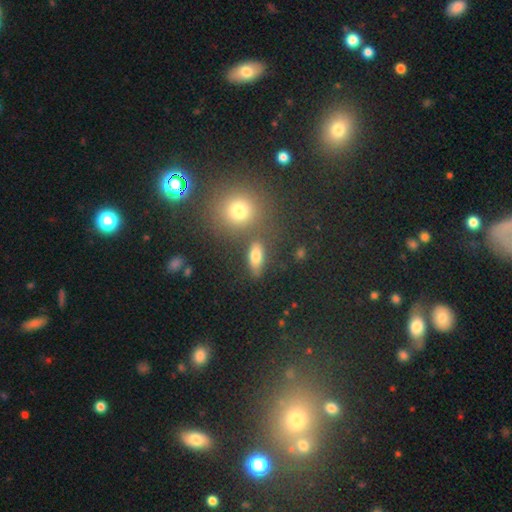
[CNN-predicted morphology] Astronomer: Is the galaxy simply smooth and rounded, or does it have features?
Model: smooth — 75%.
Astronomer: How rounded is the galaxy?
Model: in between — 73%.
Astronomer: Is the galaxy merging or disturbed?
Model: none — 73%.